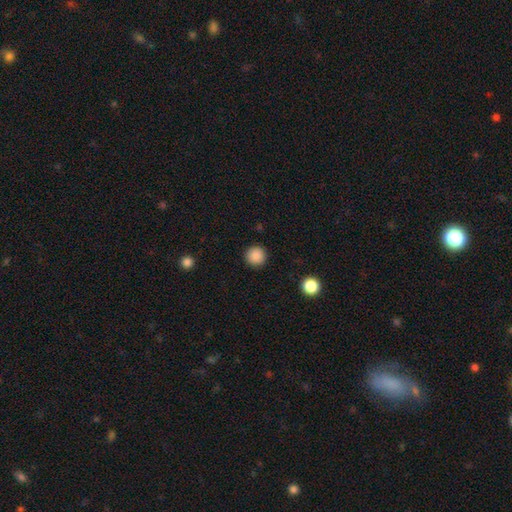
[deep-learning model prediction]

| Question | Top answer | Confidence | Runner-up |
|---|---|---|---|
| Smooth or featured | smooth | 87% | star or artifact (10%) |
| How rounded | round | 96% | in between (3%) |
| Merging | none | 92% | minor disturbance (5%) |